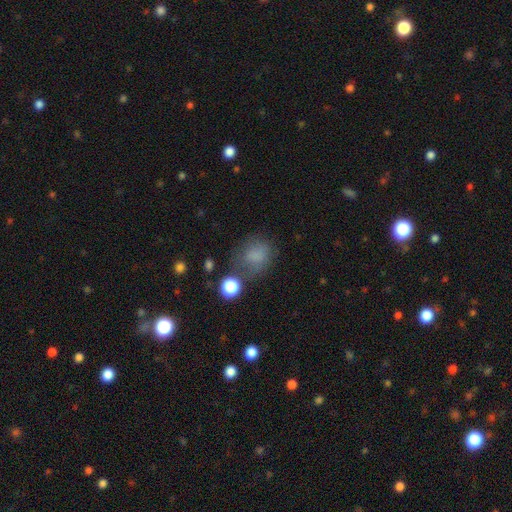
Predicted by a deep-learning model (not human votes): Smooth or featured? smooth (74%)
How rounded? round (63%)
Merging? none (59%)